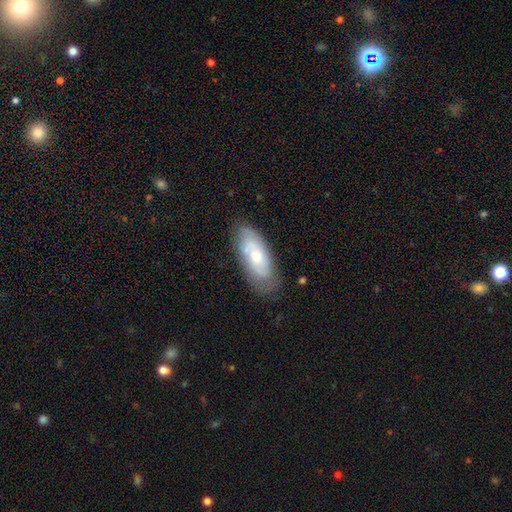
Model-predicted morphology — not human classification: Smooth or featured? Predicted: featured or disk (p=0.49). Merging? Predicted: none (p=0.74).